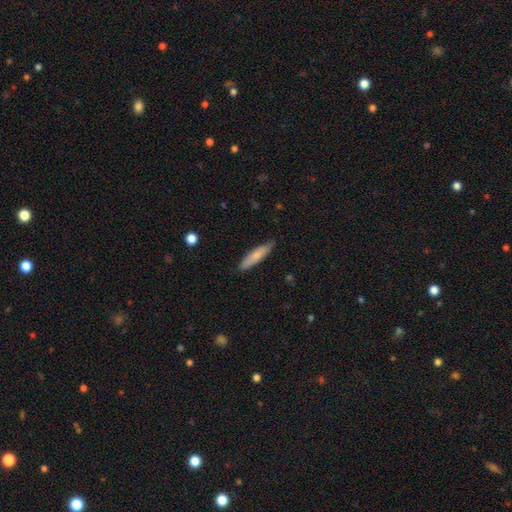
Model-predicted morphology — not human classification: The model was most divided on "smooth or featured": smooth: 71%, featured or disk: 23%, star or artifact: 6%. More confident: merging — none (83%); how rounded — cigar-shaped (80%).